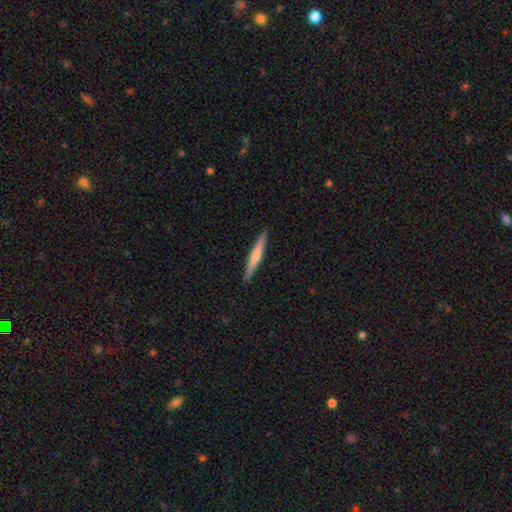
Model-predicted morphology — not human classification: Q: Smooth or featured?
A: smooth (58%); runner-up: featured or disk (37%)
Q: How rounded?
A: cigar-shaped (95%); runner-up: in between (4%)
Q: Merging?
A: none (91%); runner-up: minor disturbance (7%)